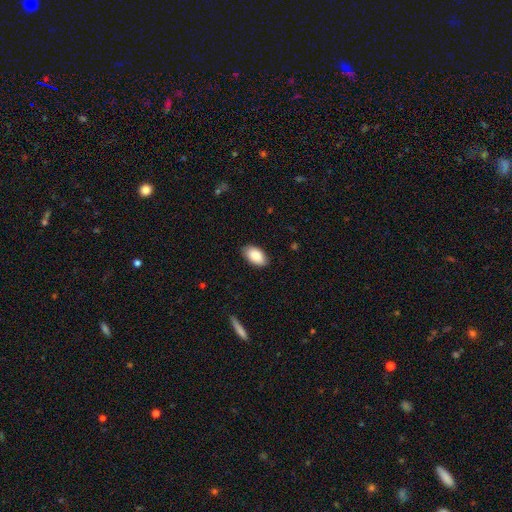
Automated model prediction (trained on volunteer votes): Smooth or featured? smooth (88%)
How rounded? in between (95%)
Merging? none (86%)